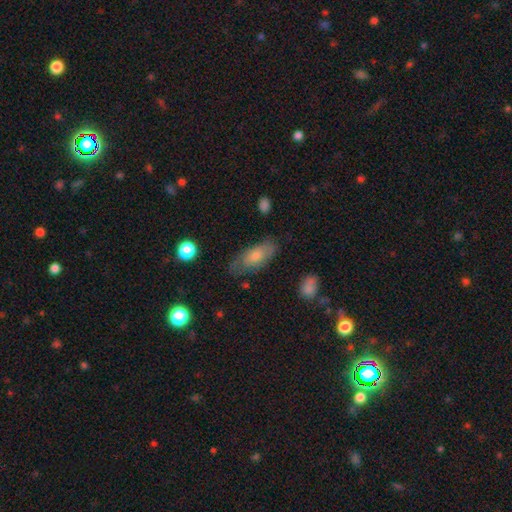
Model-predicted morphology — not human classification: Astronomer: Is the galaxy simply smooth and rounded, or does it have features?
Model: smooth — 59%.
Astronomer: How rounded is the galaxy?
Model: in between — 79%.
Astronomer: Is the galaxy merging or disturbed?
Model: none — 72%.